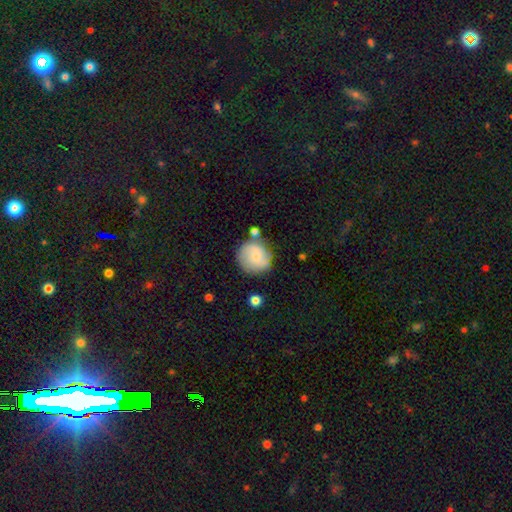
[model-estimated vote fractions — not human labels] smooth-or-featured: smooth: 60% | featured or disk: 32% | star or artifact: 7%
  how-rounded: round: 89% | in between: 10% | cigar-shaped: 1%
  merging: none: 70% | minor disturbance: 18% | merger: 6% | major disturbance: 6%